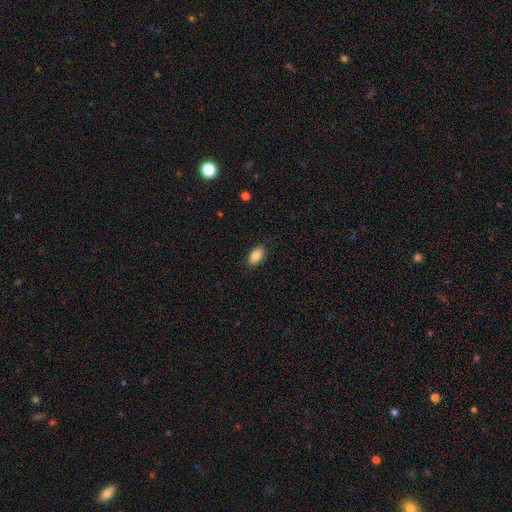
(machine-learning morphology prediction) A smooth galaxy with no disk features (86%) that is in between round and cigar-shaped (92%).

Vote fractions:
- Smooth or featured? smooth: 86% / star or artifact: 7% / featured or disk: 7%
- How rounded? in between: 92% / round: 4% / cigar-shaped: 3%
- Merging? none: 86% / minor disturbance: 11% / major disturbance: 2% / merger: 1%